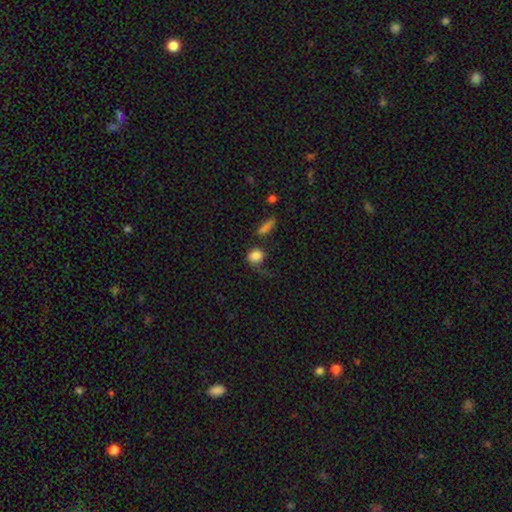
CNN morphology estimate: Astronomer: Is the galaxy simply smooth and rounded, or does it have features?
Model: smooth — 82%.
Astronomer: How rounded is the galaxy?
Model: round — 71%.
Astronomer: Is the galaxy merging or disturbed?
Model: none — 46% (runner-up: major disturbance, 22%).